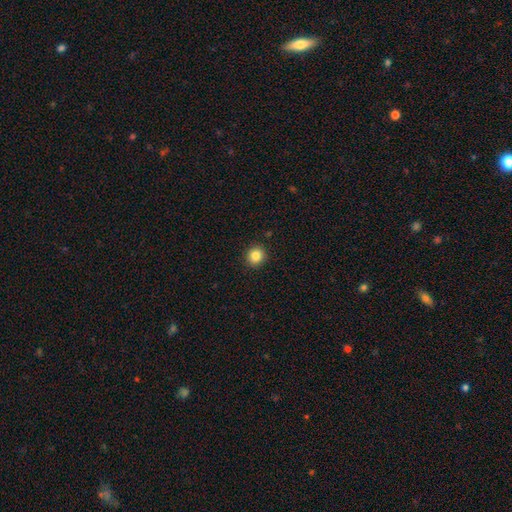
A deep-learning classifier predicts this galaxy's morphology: smooth 84%, star or artifact 11%, featured or disk 5%. Down the decision tree: how rounded — round (89%); merging — none (92%).